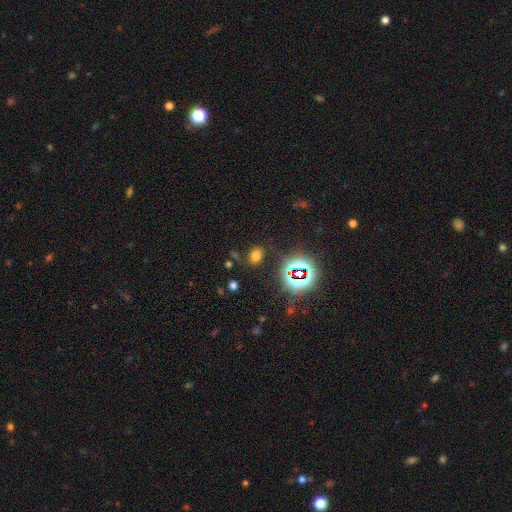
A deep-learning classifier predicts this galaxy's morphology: Q: Smooth or featured?
A: smooth (60%); runner-up: star or artifact (31%)
Q: How rounded?
A: in between (69%); runner-up: round (29%)
Q: Merging?
A: none (79%); runner-up: minor disturbance (12%)